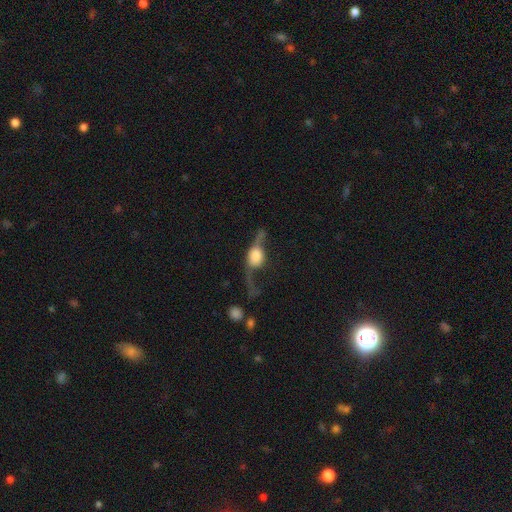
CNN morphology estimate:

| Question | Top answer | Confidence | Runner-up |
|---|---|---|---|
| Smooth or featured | featured or disk | 60% | smooth (32%) |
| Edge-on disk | yes | 63% | no (37%) |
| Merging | major disturbance | 40% | none (31%) |